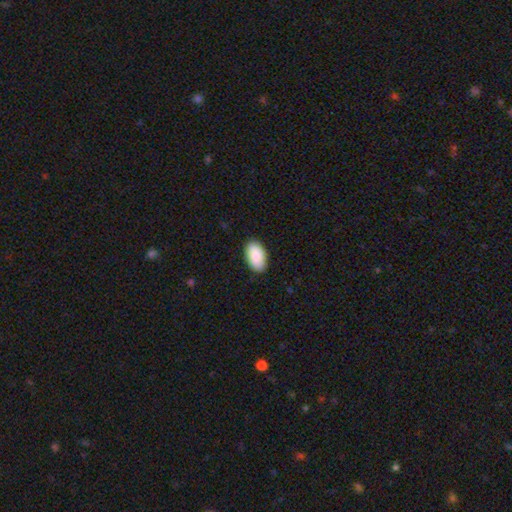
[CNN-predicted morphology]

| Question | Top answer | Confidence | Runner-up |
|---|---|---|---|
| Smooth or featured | smooth | 90% | star or artifact (6%) |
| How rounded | in between | 95% | round (3%) |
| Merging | none | 88% | minor disturbance (10%) |